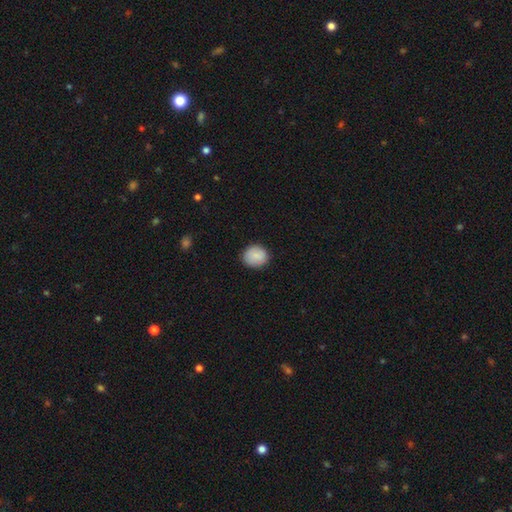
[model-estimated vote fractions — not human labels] Overall: smooth (87%). How rounded: round (78%). Merging: none (87%).